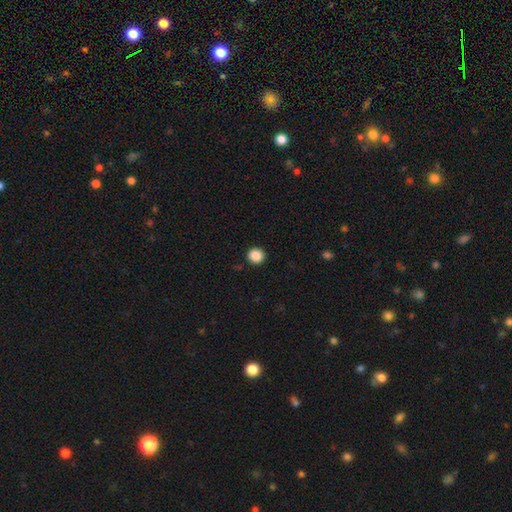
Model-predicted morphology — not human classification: This appears to be a smooth galaxy with no disk features (87%) that is round (92%). Merging: none (92%).